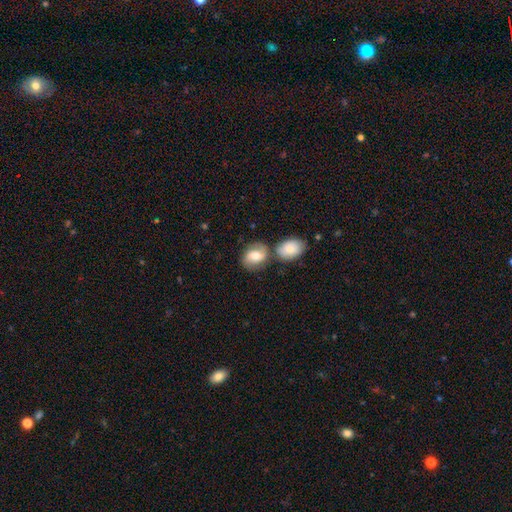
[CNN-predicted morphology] smooth-or-featured: smooth: 51% | featured or disk: 42% | star or artifact: 7%
  how-rounded: in between: 64% | round: 34% | cigar-shaped: 2%
  merging: none: 52% | merger: 27% | minor disturbance: 15% | major disturbance: 6%